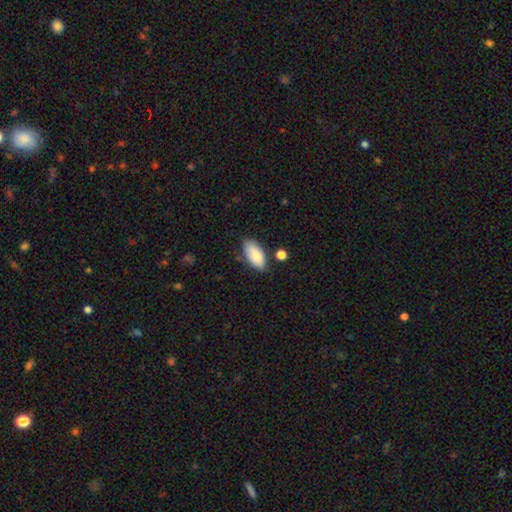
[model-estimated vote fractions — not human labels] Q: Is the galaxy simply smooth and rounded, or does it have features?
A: smooth — 86%.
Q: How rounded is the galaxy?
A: in between — 91%.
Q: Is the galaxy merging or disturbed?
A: none — 74%.